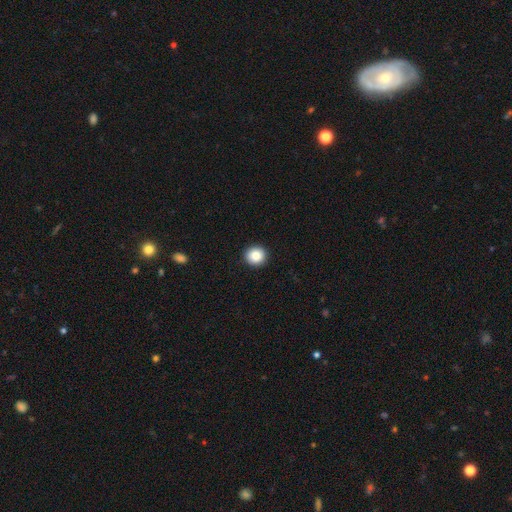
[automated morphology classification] smooth-or-featured: smooth: 86% | star or artifact: 9% | featured or disk: 5%
  how-rounded: round: 91% | in between: 8% | cigar-shaped: 1%
  merging: none: 93% | minor disturbance: 5% | major disturbance: 2% | merger: 1%